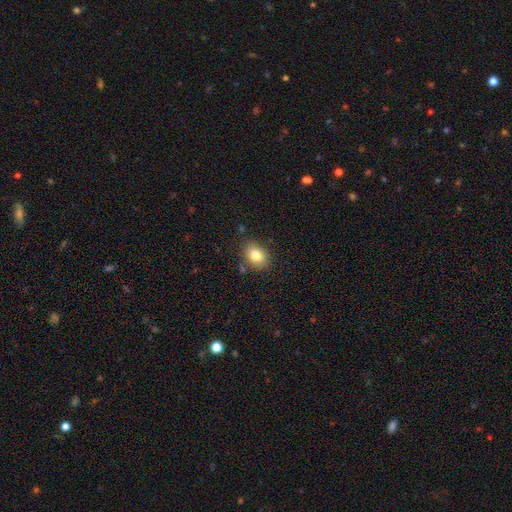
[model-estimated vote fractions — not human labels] Morphology: type=smooth (81%); roundness=in between (65%); merging=none (82%).